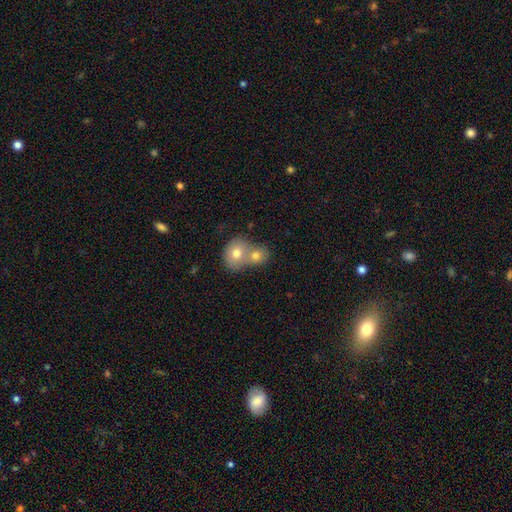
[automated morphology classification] smooth-or-featured: smooth: 74% | featured or disk: 17% | star or artifact: 9%
  how-rounded: round: 65% | in between: 34% | cigar-shaped: 1%
  merging: merger: 70% | none: 23% | minor disturbance: 5% | major disturbance: 2%